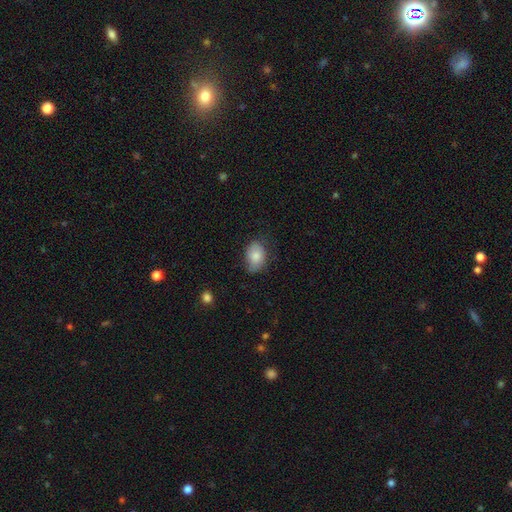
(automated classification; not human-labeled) Smooth or featured: smooth — 80% (featured or disk — 13%)
How rounded: in between — 82% (round — 17%)
Merging: none — 66% (minor disturbance — 26%)